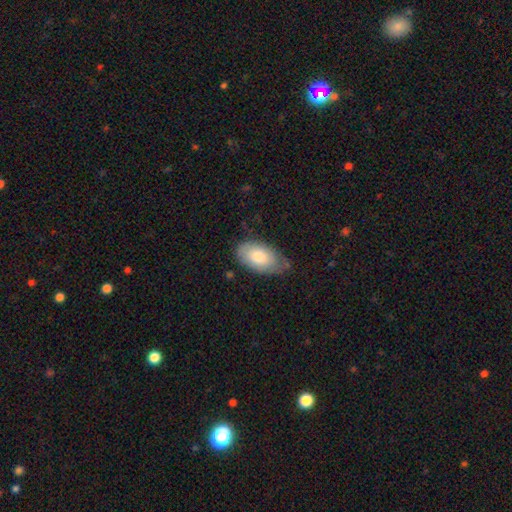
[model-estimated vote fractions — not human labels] Smooth or featured?
  - smooth: 72% *
  - featured or disk: 21%
  - star or artifact: 6%
How rounded?
  - in between: 94% *
  - round: 4%
  - cigar-shaped: 2%
Merging?
  - none: 64% *
  - minor disturbance: 29%
  - major disturbance: 5%
  - merger: 2%